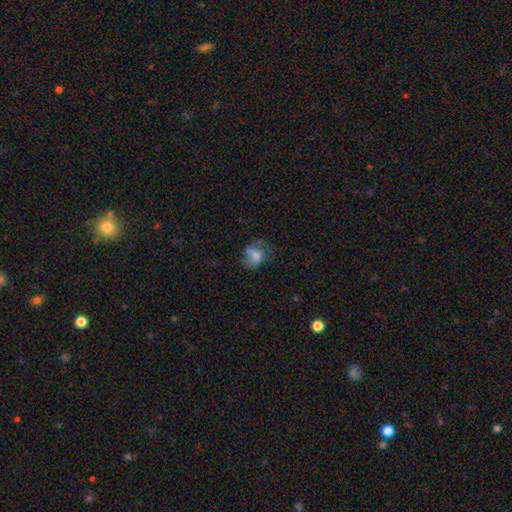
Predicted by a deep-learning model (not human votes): This is likely a smooth galaxy (61%). How rounded: possibly in between (53%). Merging: possibly none (47%).